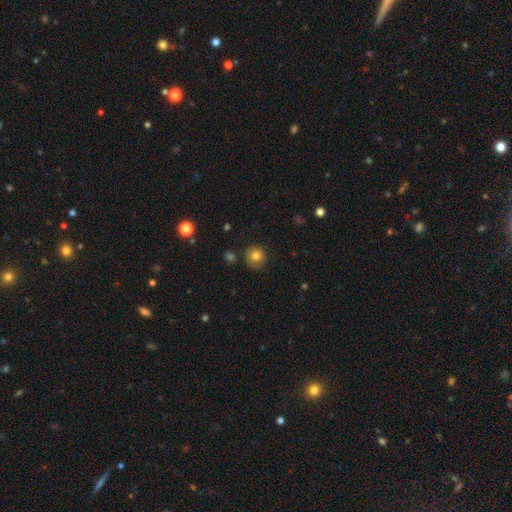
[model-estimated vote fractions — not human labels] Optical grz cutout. It shows a smooth galaxy with no disk features (80%) that is round (93%). Merging: none (82%).